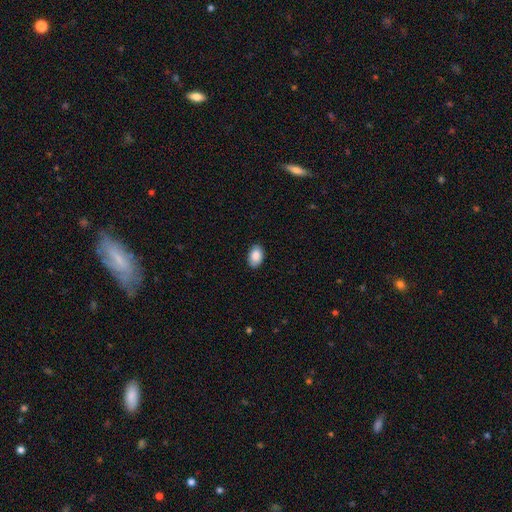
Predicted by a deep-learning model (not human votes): A smooth galaxy with no disk features (88%) that is in between round and cigar-shaped (90%).

Vote fractions:
- Smooth or featured? smooth: 88% / star or artifact: 7% / featured or disk: 5%
- How rounded? in between: 90% / round: 9% / cigar-shaped: 1%
- Merging? none: 87% / minor disturbance: 10% / major disturbance: 2% / merger: 1%